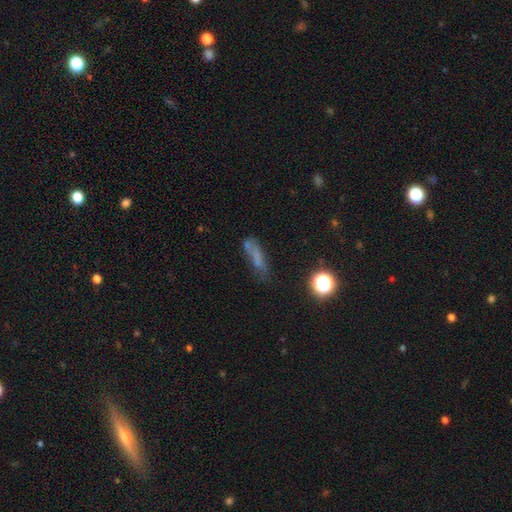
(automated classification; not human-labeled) Q: Smooth or featured?
A: smooth (52%); runner-up: star or artifact (24%)
Q: How rounded?
A: cigar-shaped (60%); runner-up: in between (32%)
Q: Merging?
A: none (52%); runner-up: minor disturbance (22%)